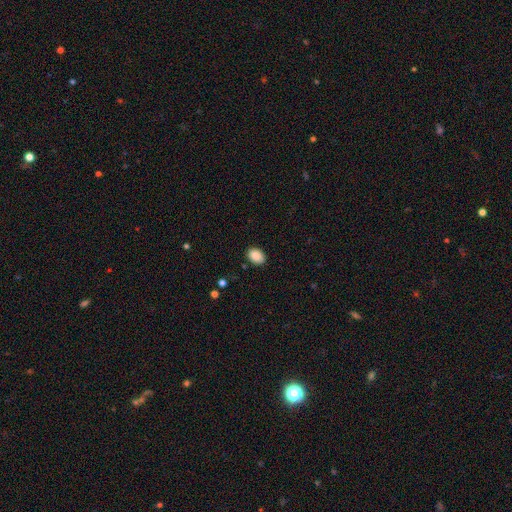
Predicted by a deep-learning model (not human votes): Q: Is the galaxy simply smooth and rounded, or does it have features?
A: smooth — 89%.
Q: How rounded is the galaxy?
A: in between — 73%.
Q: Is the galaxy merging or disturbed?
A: none — 88%.